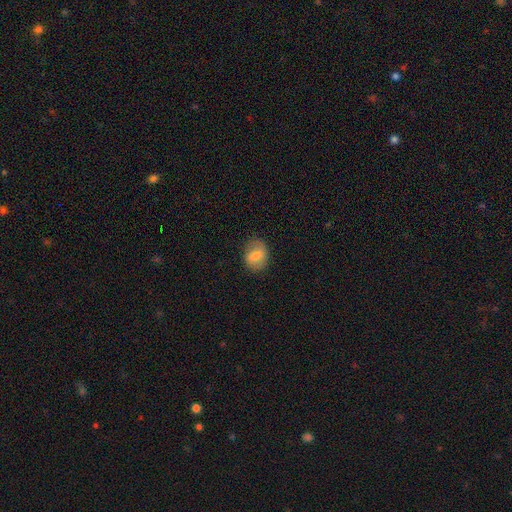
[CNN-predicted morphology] This appears to be a smooth galaxy with no disk features (73%) that is in between round and cigar-shaped (50%). Merging: none (76%).